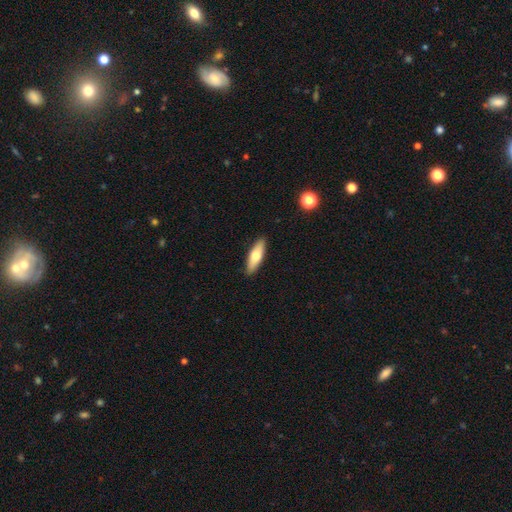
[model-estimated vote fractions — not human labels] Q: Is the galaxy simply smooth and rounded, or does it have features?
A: smooth — 63%.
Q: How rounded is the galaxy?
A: cigar-shaped — 51%.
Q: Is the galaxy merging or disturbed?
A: none — 90%.